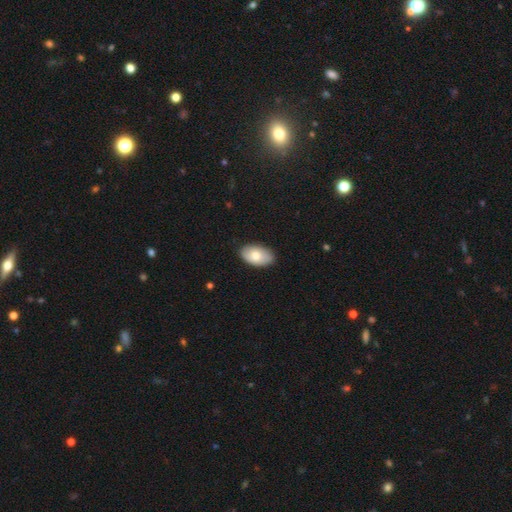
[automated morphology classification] smooth-or-featured: smooth: 74% | featured or disk: 20% | star or artifact: 6%
  how-rounded: in between: 93% | round: 5% | cigar-shaped: 1%
  merging: none: 85% | minor disturbance: 12% | major disturbance: 2% | merger: 1%